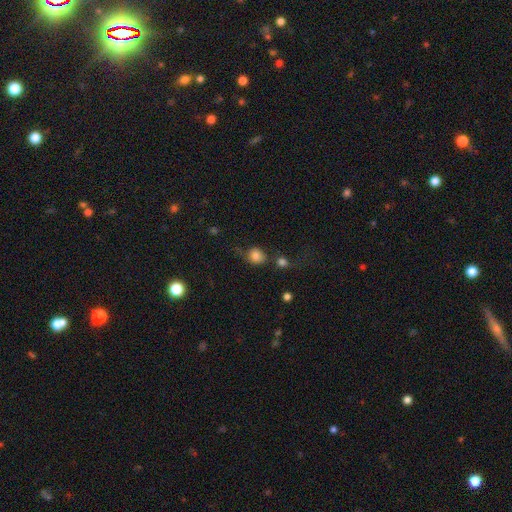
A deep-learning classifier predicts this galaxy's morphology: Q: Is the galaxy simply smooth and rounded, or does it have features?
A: smooth — 81%.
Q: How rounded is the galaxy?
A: round — 73%.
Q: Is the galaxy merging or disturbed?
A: none — 51%.